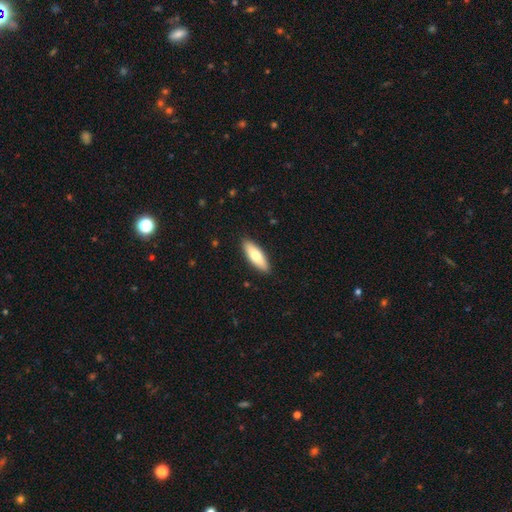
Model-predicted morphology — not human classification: A smooth galaxy with no disk features (73%) that is in between round and cigar-shaped (57%). Merging: none (89%).